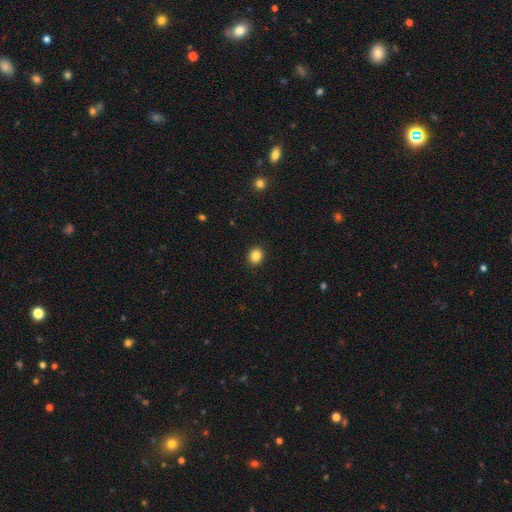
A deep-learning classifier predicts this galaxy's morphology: Smooth or featured? smooth (85%)
How rounded? round (75%)
Merging? none (92%)